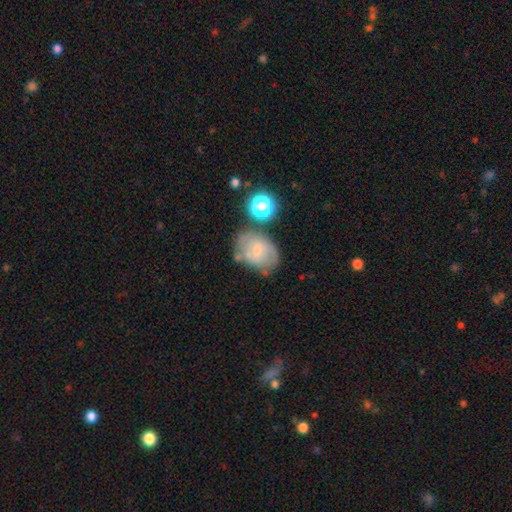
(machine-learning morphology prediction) Smooth or featured: featured or disk — 46% (smooth — 44%)
Merging: none — 49% (minor disturbance — 24%)